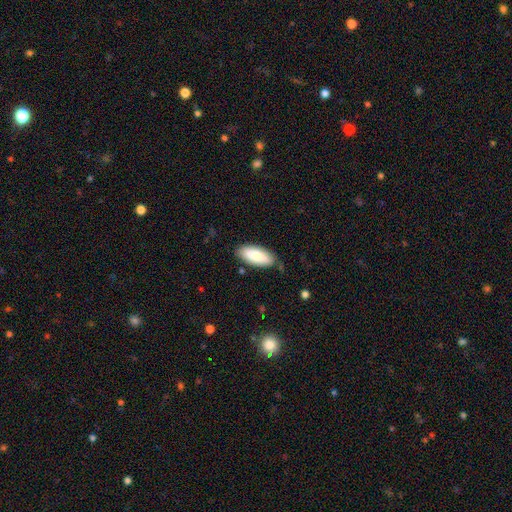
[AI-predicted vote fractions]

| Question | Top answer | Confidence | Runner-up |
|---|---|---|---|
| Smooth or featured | smooth | 82% | featured or disk (13%) |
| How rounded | in between | 83% | cigar-shaped (16%) |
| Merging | none | 81% | minor disturbance (14%) |